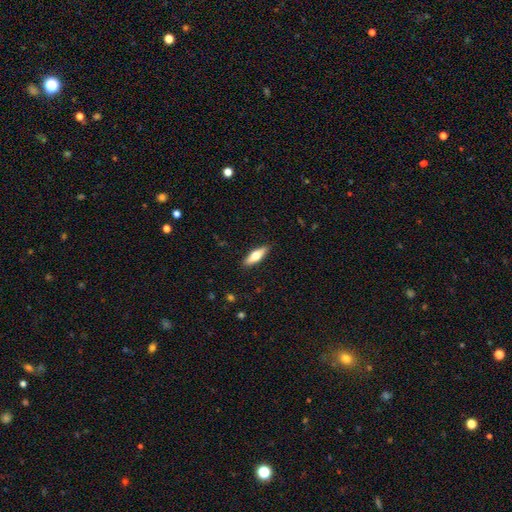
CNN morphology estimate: The model was most divided on "how rounded" (2-way tie): cigar-shaped: 49%, in between: 49%, round: 2%. More confident: merging — none (89%); smooth or featured — smooth (59%).